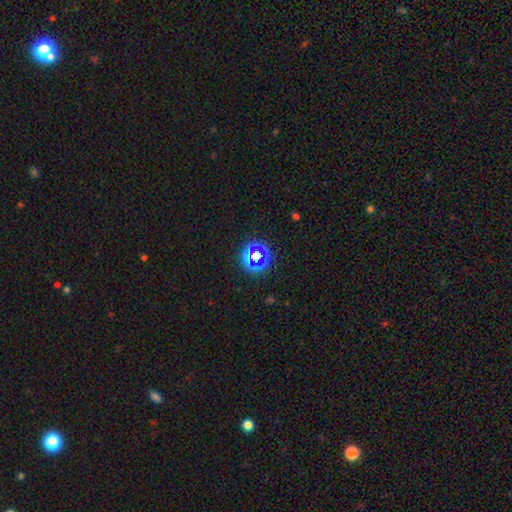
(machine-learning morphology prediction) A star or artifact, not a galaxy (64%).

Vote fractions:
- Smooth or featured? star or artifact: 64% / smooth: 24% / featured or disk: 12%